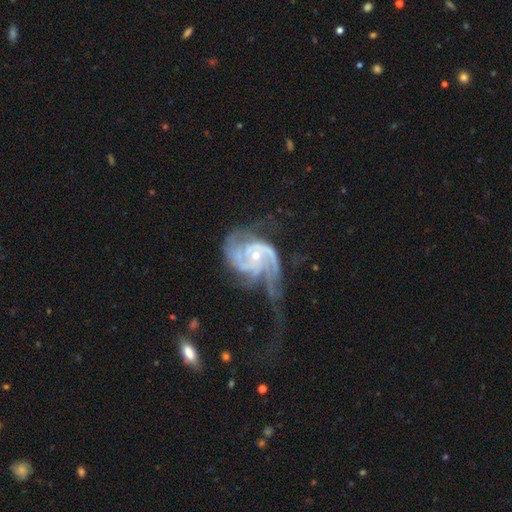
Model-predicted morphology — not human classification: Smooth or featured: featured or disk — 92% (star or artifact — 5%)
Edge-on disk: no — 98% (yes — 2%)
Bar: no — 63% (weak — 27%)
Spiral arms: yes — 98% (no — 2%)
Spiral winding: medium — 47% (tight — 36%)
Spiral arm count: 2 — 51% (3 — 22%)
Bulge size: small — 52% (moderate — 45%)
Merging: major disturbance — 38% (none — 37%)